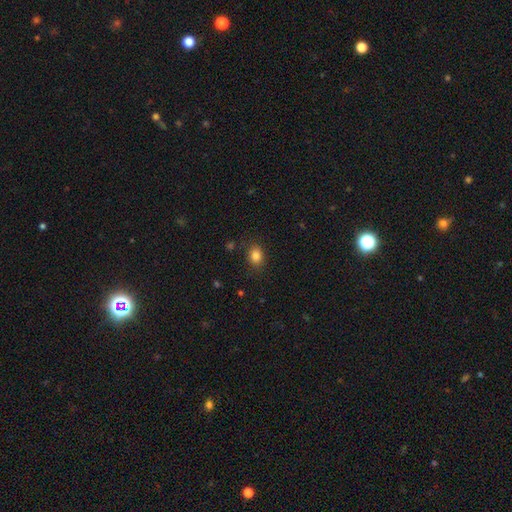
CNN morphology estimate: type=smooth (84%); roundness=in between (54%); merging=none (85%).